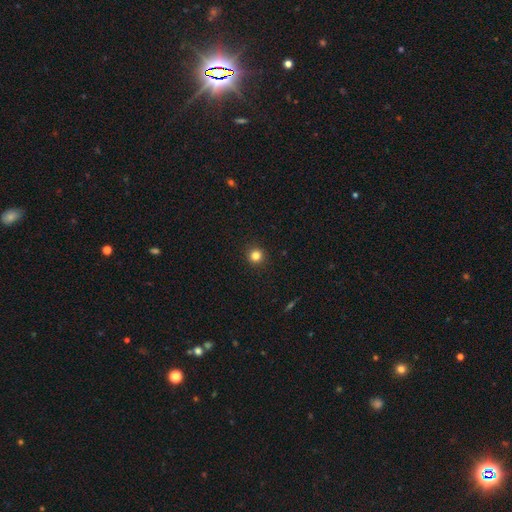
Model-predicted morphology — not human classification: type=smooth (82%); roundness=round (95%); merging=none (93%).